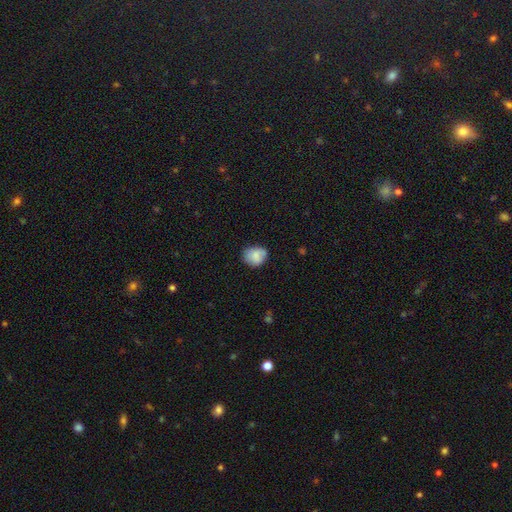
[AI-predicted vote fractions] smooth 81%, featured or disk 10%, star or artifact 8%. Down the decision tree: how rounded — round (56%); merging — none (64%).